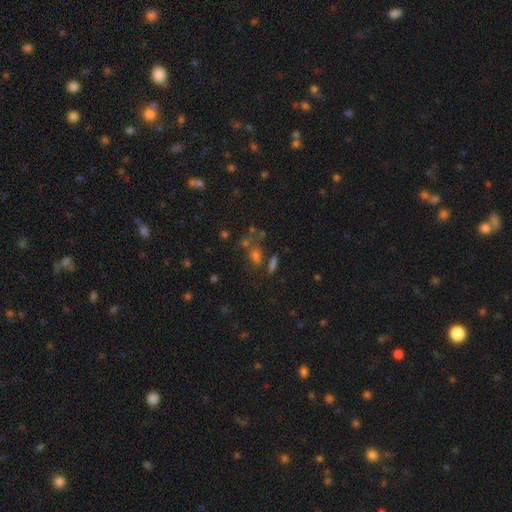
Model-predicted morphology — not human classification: smooth-or-featured: smooth: 53% | star or artifact: 35% | featured or disk: 12%
  how-rounded: in between: 63% | round: 29% | cigar-shaped: 8%
  merging: none: 55% | merger: 23% | minor disturbance: 13% | major disturbance: 9%